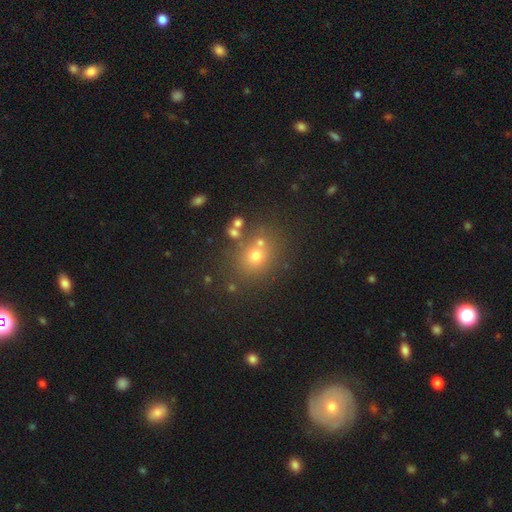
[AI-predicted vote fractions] This appears to be a smooth galaxy with no disk features (65%) that is round (73%). Merging: none (70%).